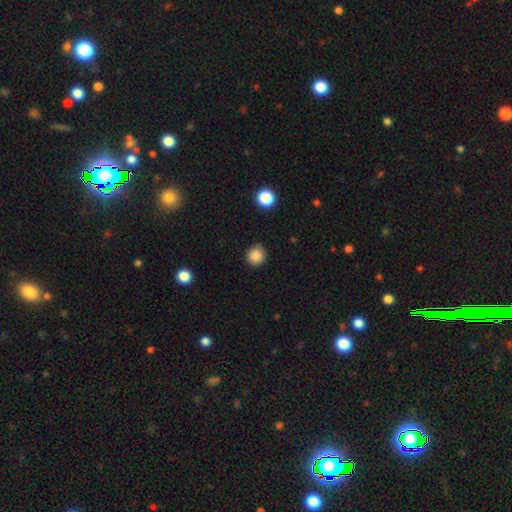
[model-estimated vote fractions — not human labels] The model was most divided on "smooth or featured": smooth: 87%, star or artifact: 10%, featured or disk: 3%. More confident: how rounded — round (90%); merging — none (87%).